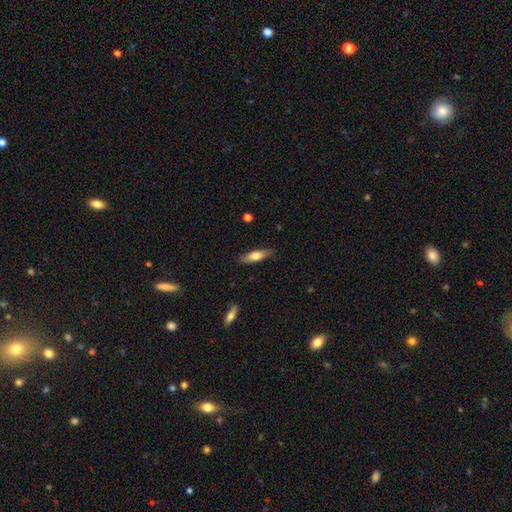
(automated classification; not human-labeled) Smooth or featured: smooth — 58% (featured or disk — 35%)
How rounded: cigar-shaped — 62% (in between — 35%)
Merging: none — 87% (minor disturbance — 10%)